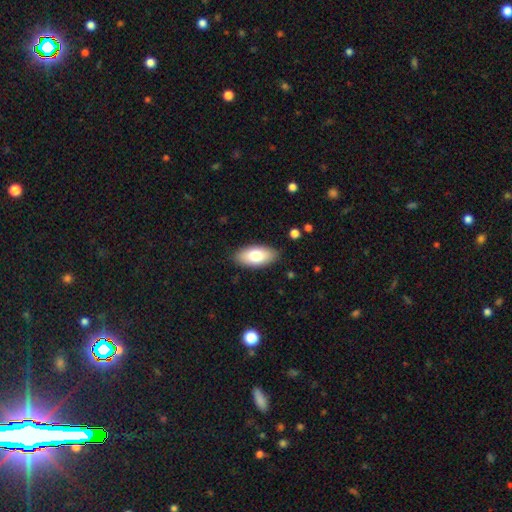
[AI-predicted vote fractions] smooth-or-featured: smooth: 77% | featured or disk: 17% | star or artifact: 6%
  how-rounded: in between: 92% | cigar-shaped: 5% | round: 3%
  merging: none: 87% | minor disturbance: 10% | major disturbance: 2% | merger: 1%